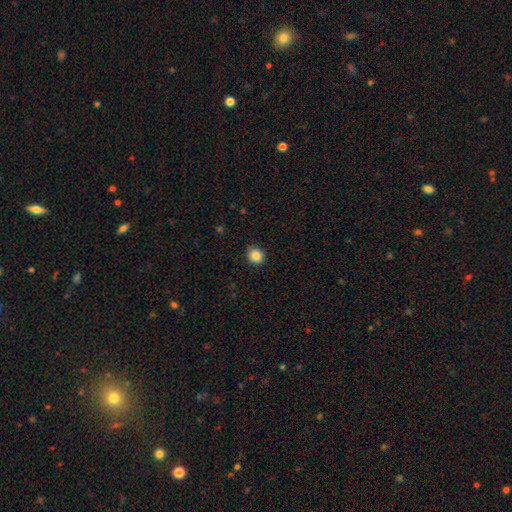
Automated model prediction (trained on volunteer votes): A smooth galaxy with no disk features (85%) that is round (86%).

Vote fractions:
- Smooth or featured? smooth: 85% / star or artifact: 10% / featured or disk: 4%
- How rounded? round: 86% / in between: 13% / cigar-shaped: 1%
- Merging? none: 86% / minor disturbance: 11% / major disturbance: 2% / merger: 1%